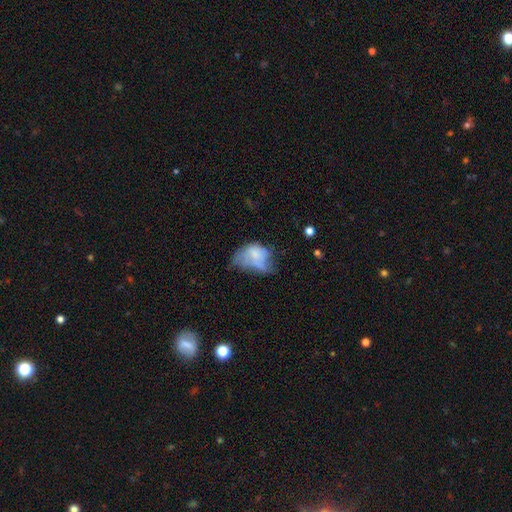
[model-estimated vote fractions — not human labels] smooth 57%, featured or disk 33%, star or artifact 10%. Down the decision tree: how rounded — in between (81%); merging — major disturbance (42%).